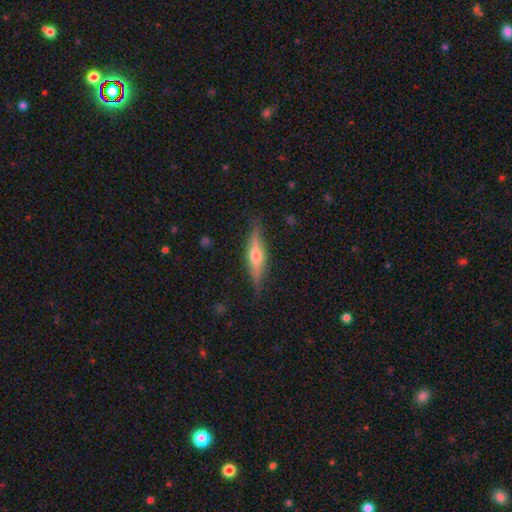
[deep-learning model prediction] Smooth or featured? Predicted: featured or disk (p=0.61). Edge-on disk? Predicted: yes (p=0.94). Edge-on bulge? Predicted: rounded (p=0.86). Merging? Predicted: none (p=0.83).